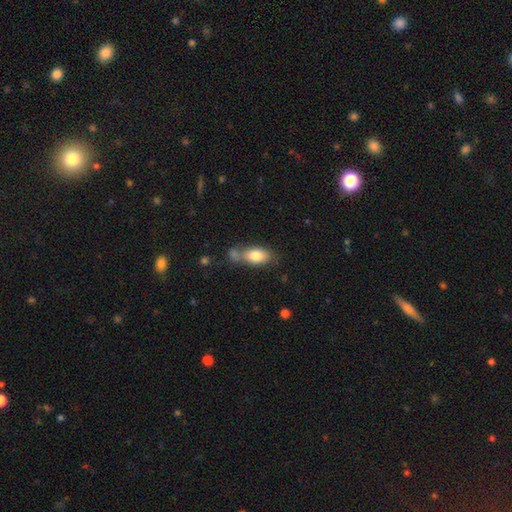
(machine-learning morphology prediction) smooth_or_featured: smooth (p=0.79) [alt: featured or disk p=0.14]
how_rounded: in between (p=0.86) [alt: round p=0.08]
merging: none (p=0.47) [alt: merger p=0.28]